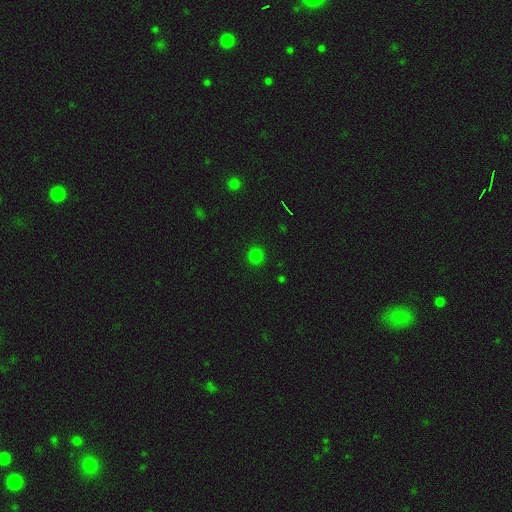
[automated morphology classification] A smooth galaxy with no disk features (79%) that is round (92%).

Vote fractions:
- Smooth or featured? smooth: 79% / star or artifact: 17% / featured or disk: 4%
- How rounded? round: 92% / in between: 7% / cigar-shaped: 1%
- Merging? none: 91% / minor disturbance: 6% / major disturbance: 2% / merger: 1%